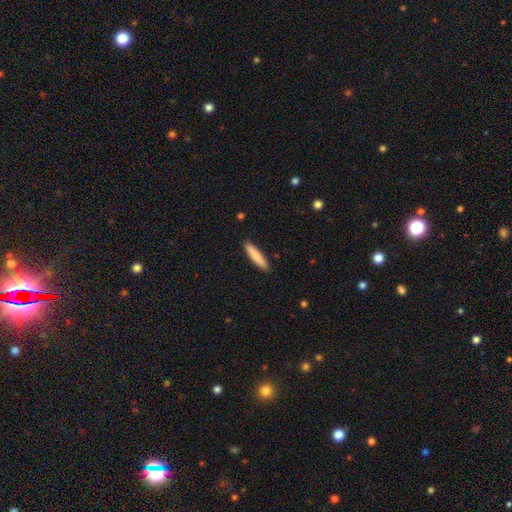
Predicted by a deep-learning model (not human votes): A smooth galaxy with no disk features (81%) that is cigar-shaped (87%). Merging: none (90%).